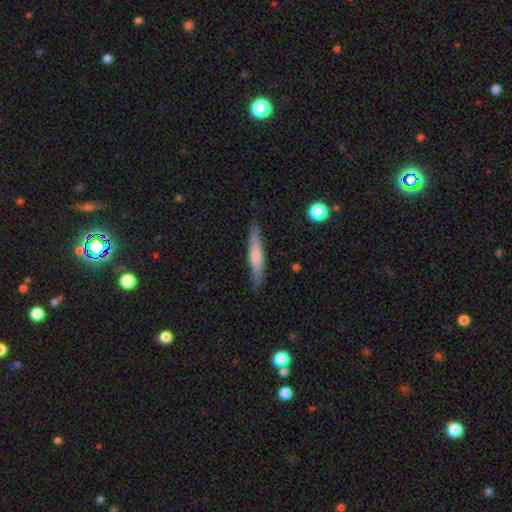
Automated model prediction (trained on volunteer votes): Smooth or featured? Predicted: smooth (p=0.60). How rounded? Predicted: cigar-shaped (p=0.91). Merging? Predicted: none (p=0.86).